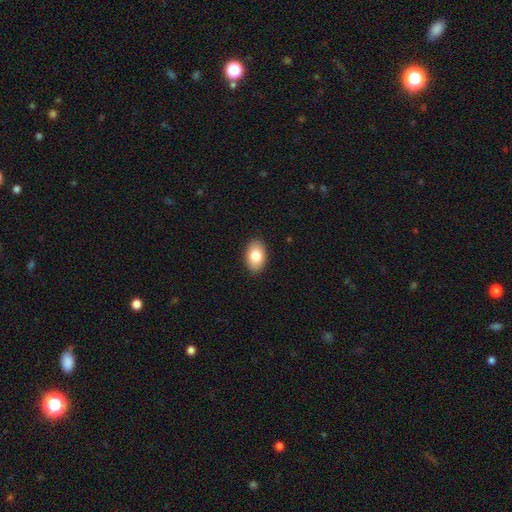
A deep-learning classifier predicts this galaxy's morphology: This is clearly a smooth galaxy (81%). How rounded: clearly in between (89%). Merging: clearly none (90%).